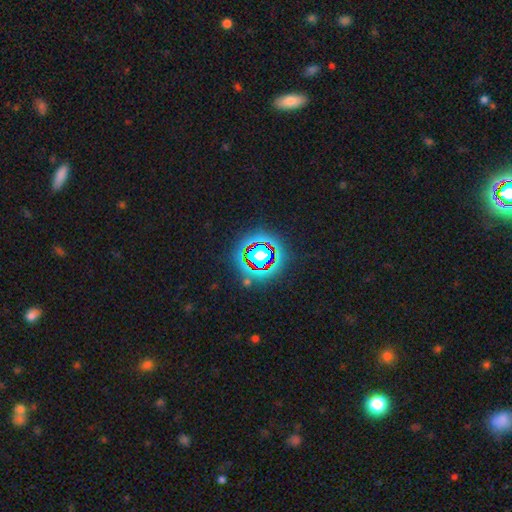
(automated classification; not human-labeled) Smooth or featured? Predicted: star or artifact (p=0.77).